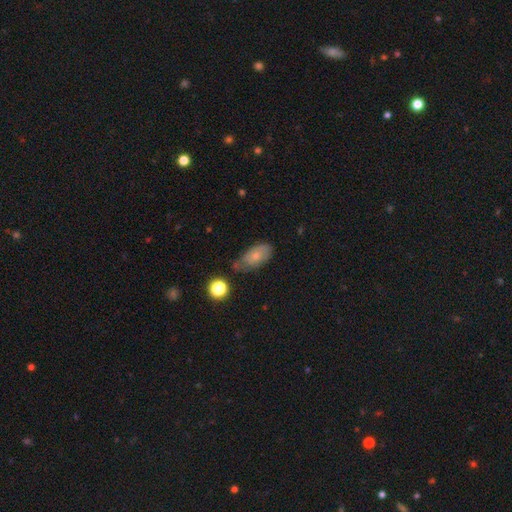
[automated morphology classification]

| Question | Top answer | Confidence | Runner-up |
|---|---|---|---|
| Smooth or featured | smooth | 64% | featured or disk (27%) |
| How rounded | in between | 90% | round (6%) |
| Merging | none | 49% | minor disturbance (35%) |